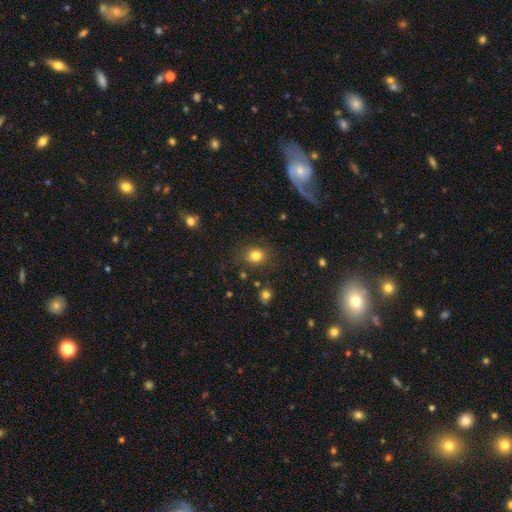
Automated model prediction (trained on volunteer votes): Smooth or featured: smooth — 81% (star or artifact — 12%)
How rounded: round — 70% (in between — 29%)
Merging: none — 83% (minor disturbance — 10%)